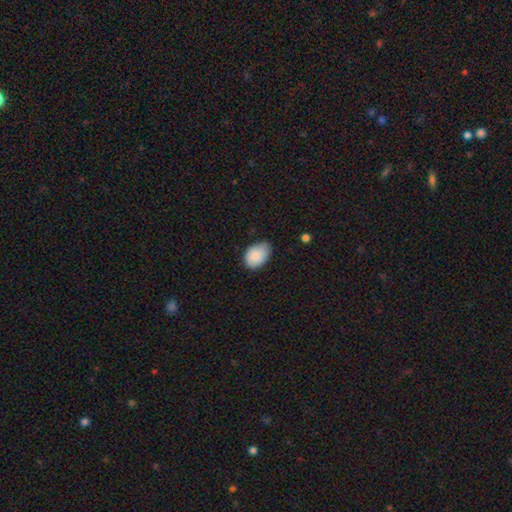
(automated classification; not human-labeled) A smooth galaxy with no disk features (86%) that is in between round and cigar-shaped (82%).

Vote fractions:
- Smooth or featured? smooth: 86% / star or artifact: 7% / featured or disk: 7%
- How rounded? in between: 82% / round: 17% / cigar-shaped: 1%
- Merging? none: 59% / minor disturbance: 35% / major disturbance: 5% / merger: 1%